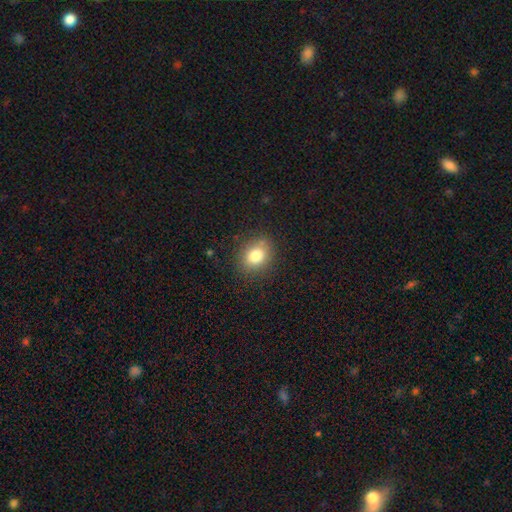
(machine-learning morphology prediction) smooth 82%, star or artifact 10%, featured or disk 8%. Down the decision tree: how rounded — round (51%); merging — none (84%).